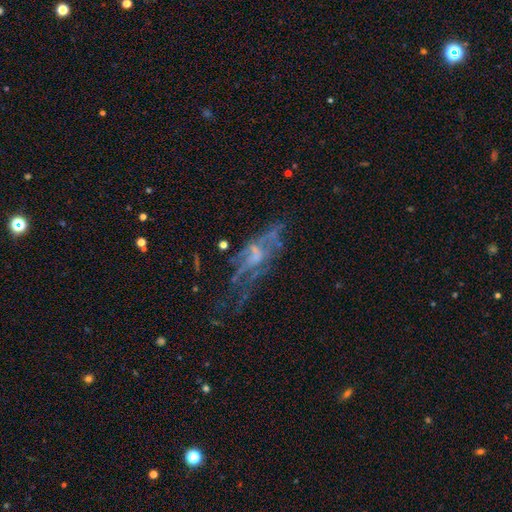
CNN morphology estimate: Overall: featured or disk (64%). Edge-on disk: no (77%). Merging: none (41%; major disturbance 33%).